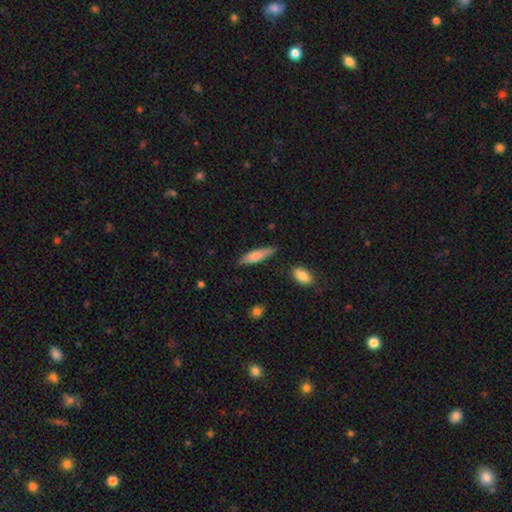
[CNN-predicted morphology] Q: Smooth or featured?
A: smooth (74%); runner-up: featured or disk (20%)
Q: How rounded?
A: cigar-shaped (65%); runner-up: in between (33%)
Q: Merging?
A: none (77%); runner-up: minor disturbance (17%)